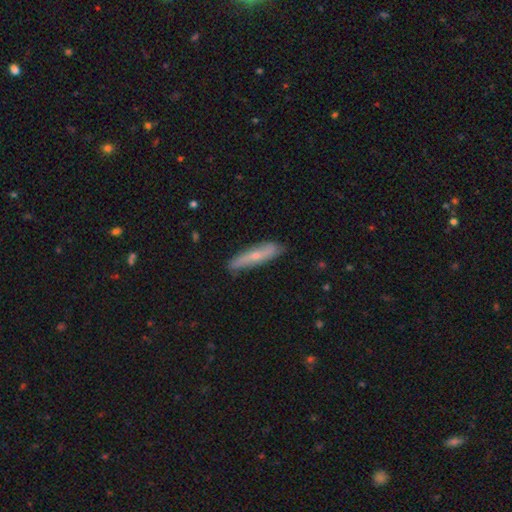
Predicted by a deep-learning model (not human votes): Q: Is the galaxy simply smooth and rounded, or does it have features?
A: smooth — 49%.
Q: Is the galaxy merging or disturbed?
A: none — 83%.